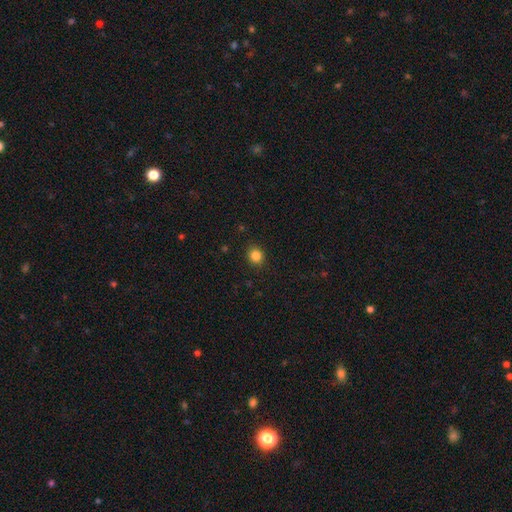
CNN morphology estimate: Smooth or featured? Predicted: smooth (p=0.84). How rounded? Predicted: round (p=0.84). Merging? Predicted: none (p=0.90).